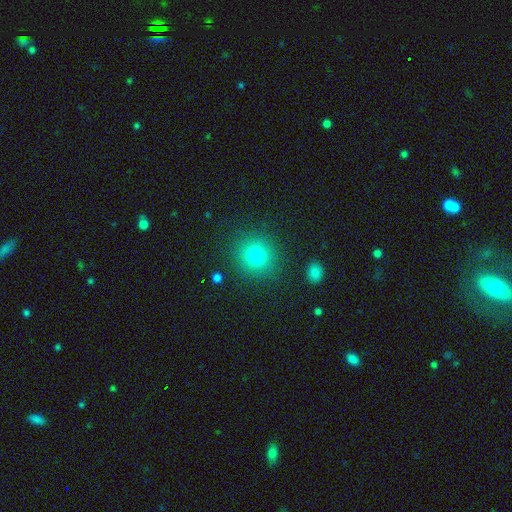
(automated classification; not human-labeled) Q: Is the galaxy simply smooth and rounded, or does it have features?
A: smooth — 79%.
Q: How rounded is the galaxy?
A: round — 90%.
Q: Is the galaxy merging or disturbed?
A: none — 87%.